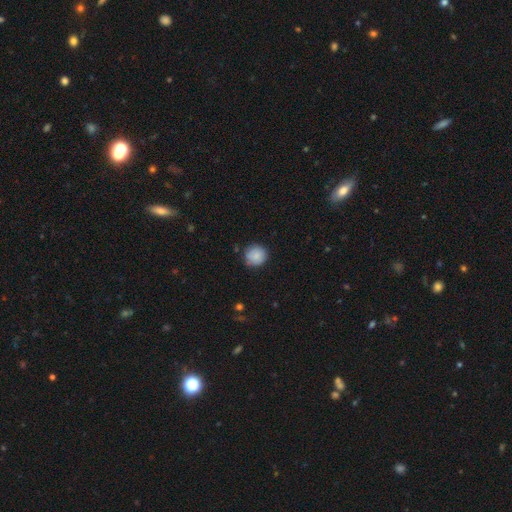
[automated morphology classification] Q: Smooth or featured?
A: smooth (84%); runner-up: featured or disk (8%)
Q: How rounded?
A: round (91%); runner-up: in between (8%)
Q: Merging?
A: none (81%); runner-up: minor disturbance (15%)